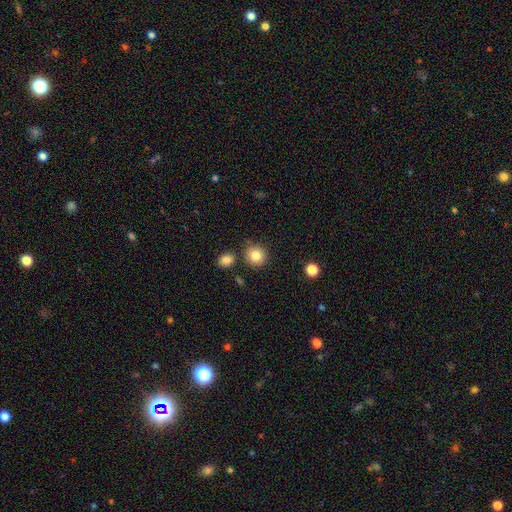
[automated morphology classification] Smooth or featured: smooth — 85% (star or artifact — 10%)
How rounded: round — 91% (in between — 8%)
Merging: none — 84% (minor disturbance — 8%)